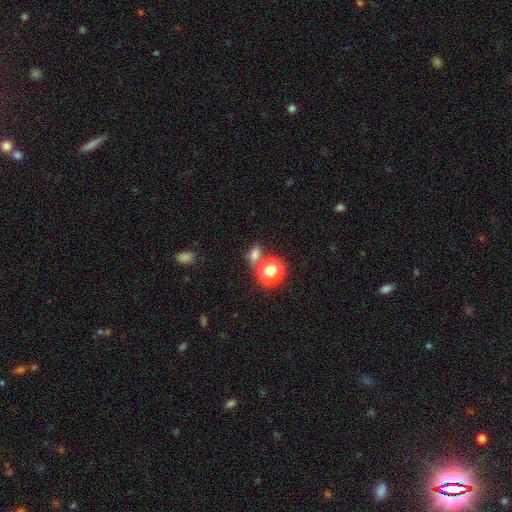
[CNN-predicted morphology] The model was most divided on "smooth or featured": smooth: 45%, star or artifact: 44%, featured or disk: 11%. More confident: merging — none (69%).